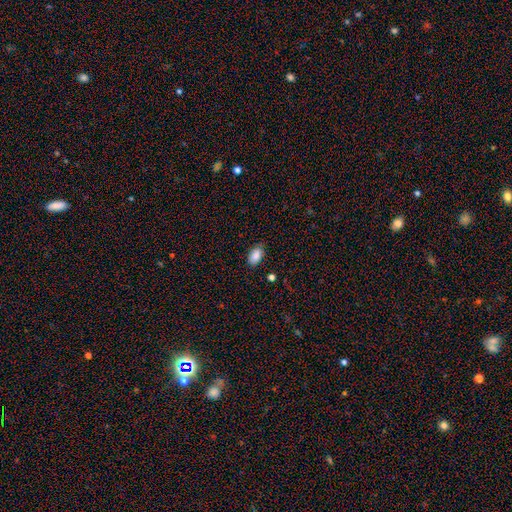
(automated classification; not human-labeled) smooth 87%, star or artifact 8%, featured or disk 5%. Down the decision tree: how rounded — in between (93%); merging — none (79%).